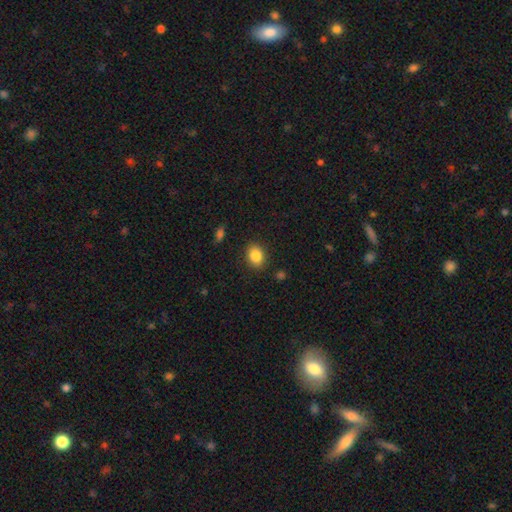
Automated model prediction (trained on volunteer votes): smooth-or-featured: smooth: 86% | star or artifact: 9% | featured or disk: 5%
  how-rounded: in between: 59% | round: 40% | cigar-shaped: 1%
  merging: none: 87% | minor disturbance: 9% | major disturbance: 3% | merger: 1%